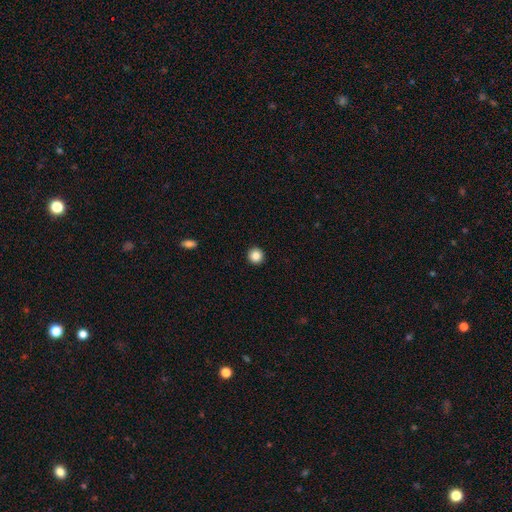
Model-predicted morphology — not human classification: This is clearly a smooth galaxy (85%). How rounded: clearly round (96%). Merging: clearly none (94%).